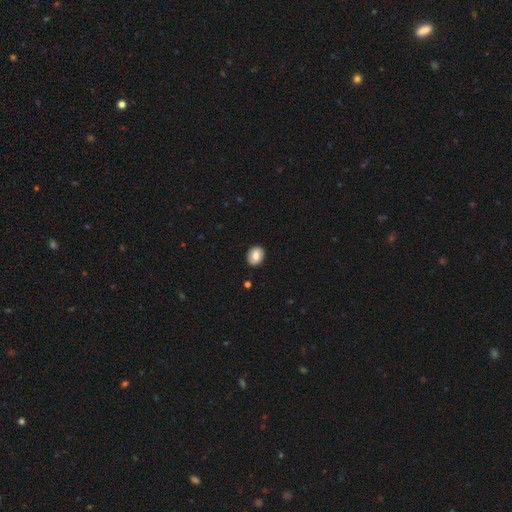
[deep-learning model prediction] Smooth or featured? Predicted: smooth (p=0.80). How rounded? Predicted: in between (p=0.54). Merging? Predicted: none (p=0.89).